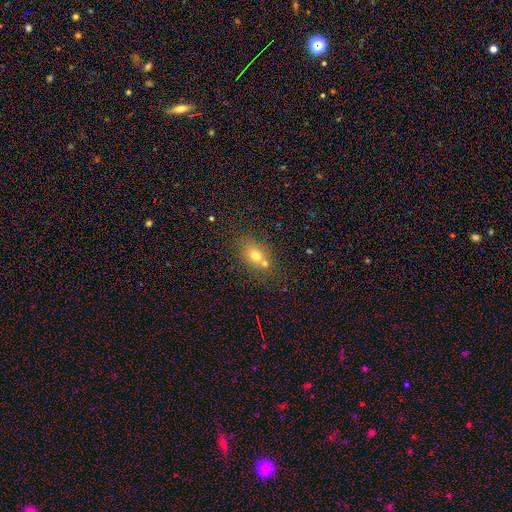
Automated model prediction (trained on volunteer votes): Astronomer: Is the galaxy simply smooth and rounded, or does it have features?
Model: smooth — 69%.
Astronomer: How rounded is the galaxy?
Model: in between — 56% (runner-up: round, 42%).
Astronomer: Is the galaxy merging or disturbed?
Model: none — 51% (runner-up: merger, 33%).